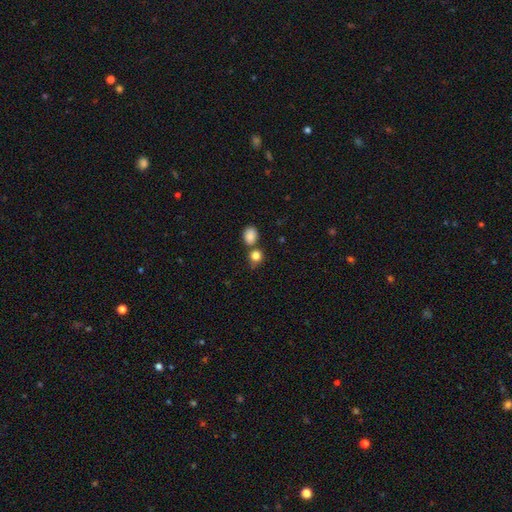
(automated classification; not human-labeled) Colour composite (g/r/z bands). It shows a smooth galaxy with no disk features (84%) that is round (74%). Merging: none (56%).